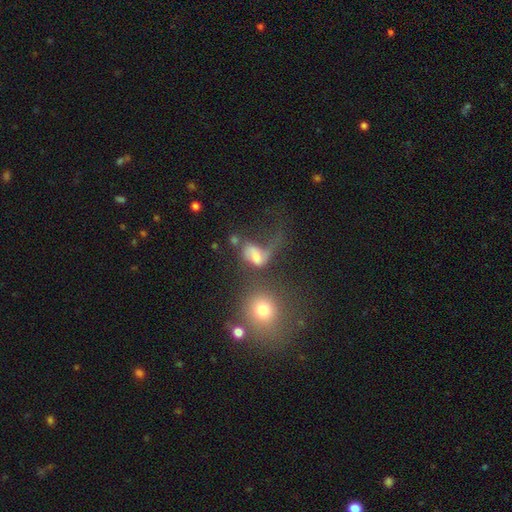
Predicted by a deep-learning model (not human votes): A smooth galaxy with no disk features (44%).

Vote fractions:
- Smooth or featured? smooth: 44% / featured or disk: 41% / star or artifact: 15%
- Merging? major disturbance: 43% / merger: 27% / none: 19% / minor disturbance: 11%